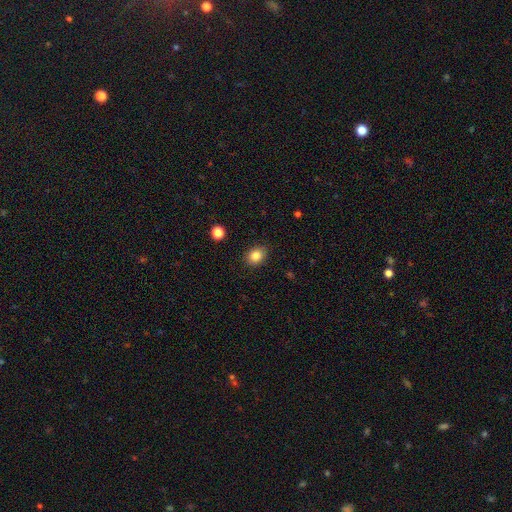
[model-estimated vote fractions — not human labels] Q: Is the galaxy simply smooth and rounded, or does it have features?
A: smooth — 85%.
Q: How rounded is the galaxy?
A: in between — 59%.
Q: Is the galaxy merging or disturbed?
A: none — 87%.